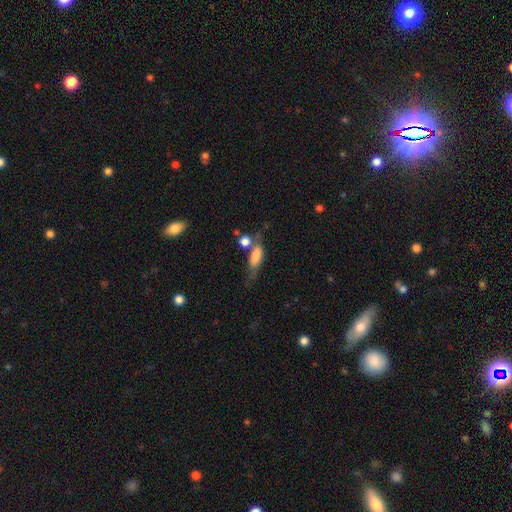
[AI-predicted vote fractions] Smooth or featured? Predicted: smooth (p=0.69). How rounded? Predicted: in between (p=0.65). Merging? Predicted: none (p=0.36).